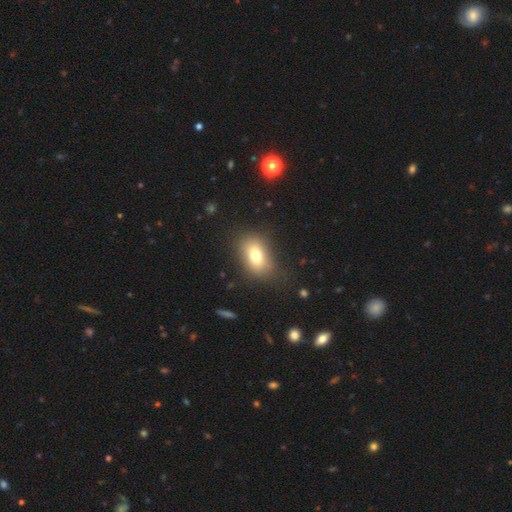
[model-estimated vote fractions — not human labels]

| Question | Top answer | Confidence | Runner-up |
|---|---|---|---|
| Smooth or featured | smooth | 76% | featured or disk (14%) |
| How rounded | in between | 83% | round (14%) |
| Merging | none | 75% | minor disturbance (16%) |